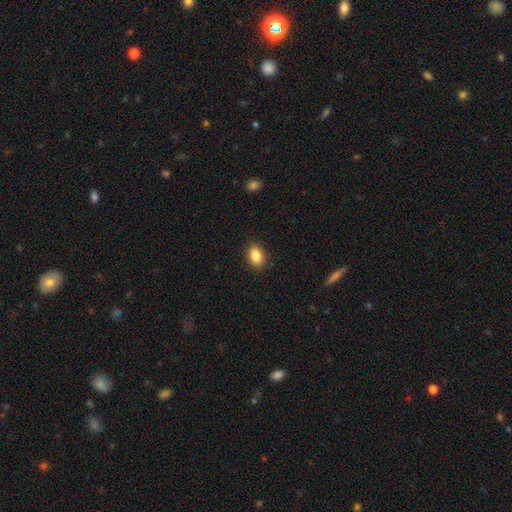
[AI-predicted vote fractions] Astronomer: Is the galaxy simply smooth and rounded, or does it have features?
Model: smooth — 87%.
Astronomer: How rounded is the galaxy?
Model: in between — 83%.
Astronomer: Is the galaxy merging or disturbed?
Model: none — 89%.